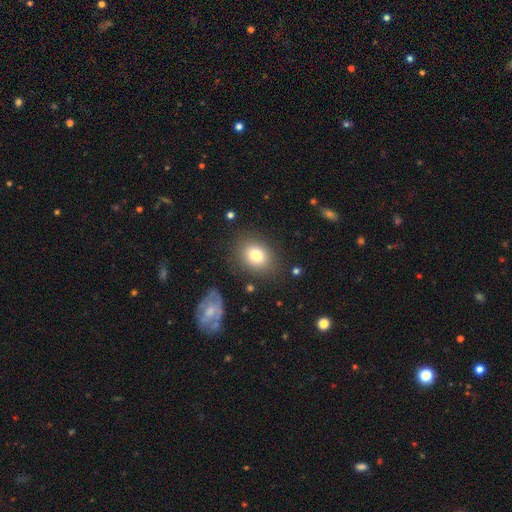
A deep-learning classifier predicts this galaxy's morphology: Smooth or featured: smooth — 78% (featured or disk — 11%)
How rounded: in between — 53% (round — 46%)
Merging: none — 83% (minor disturbance — 11%)